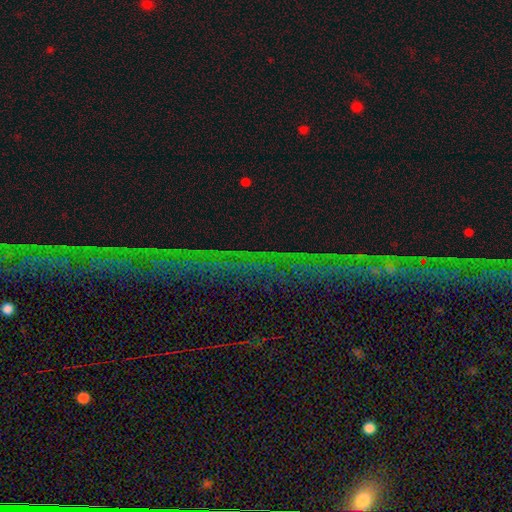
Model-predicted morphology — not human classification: type=star or artifact (79%).